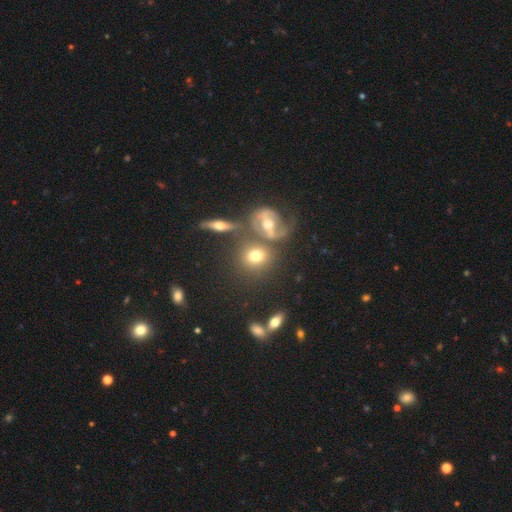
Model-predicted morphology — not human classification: The model was most divided on "merging": none: 51%, merger: 28%, minor disturbance: 14%, major disturbance: 8%. More confident: how rounded — round (63%); smooth or featured — smooth (61%).